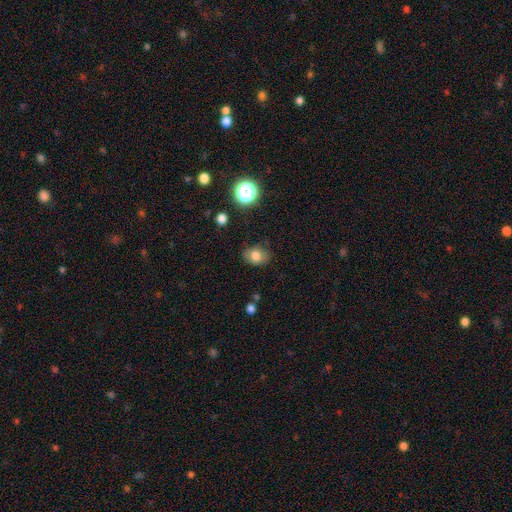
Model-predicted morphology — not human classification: This appears to be a smooth galaxy with no disk features (76%) that is in between round and cigar-shaped (59%). Merging: none (76%).